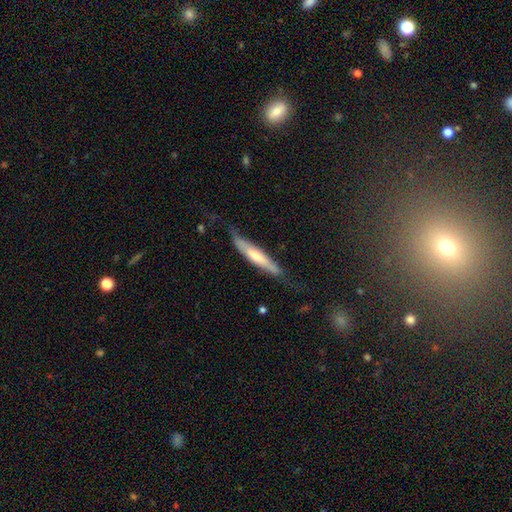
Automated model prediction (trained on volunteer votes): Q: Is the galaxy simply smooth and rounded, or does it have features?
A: smooth — 50%.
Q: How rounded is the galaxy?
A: cigar-shaped — 87%.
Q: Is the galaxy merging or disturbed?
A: none — 67%.